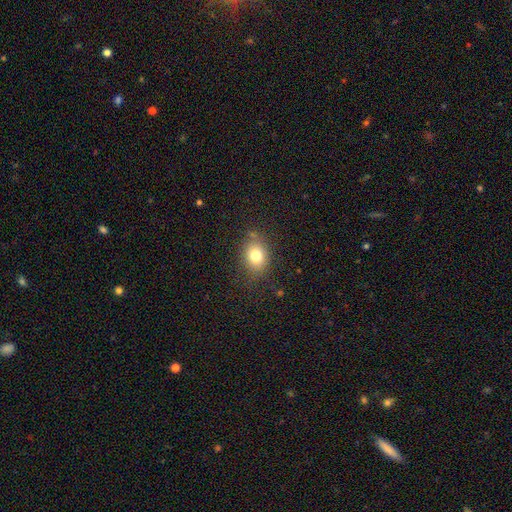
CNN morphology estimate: This appears to be a smooth galaxy with no disk features (77%) that is in between round and cigar-shaped (53%). Merging: none (79%).